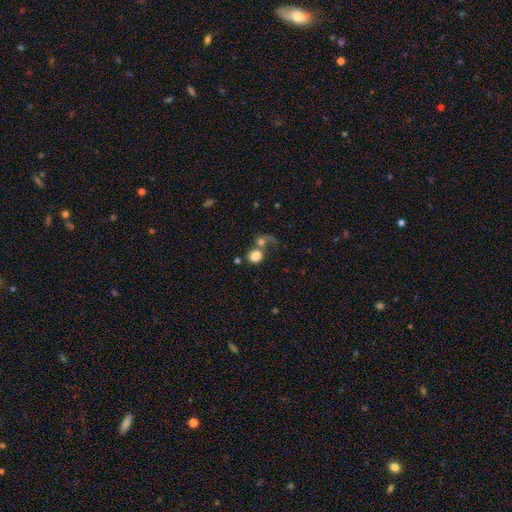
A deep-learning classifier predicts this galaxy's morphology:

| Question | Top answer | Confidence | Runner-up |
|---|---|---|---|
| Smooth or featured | smooth | 77% | featured or disk (13%) |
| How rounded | round | 79% | in between (20%) |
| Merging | merger | 43% | none (34%) |